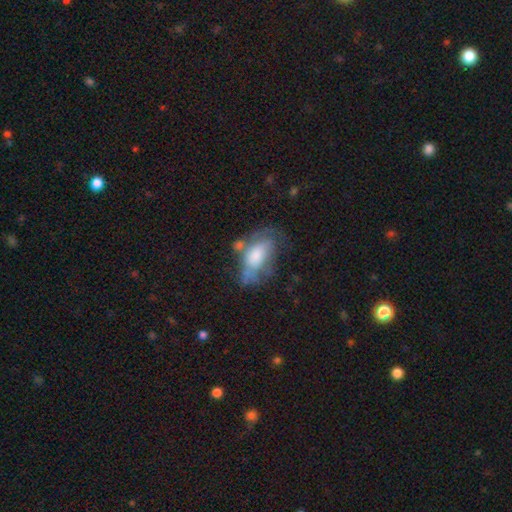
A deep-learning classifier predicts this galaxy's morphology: A smooth galaxy with no disk features (53%) that is in between round and cigar-shaped (88%). Merging: none (38%).